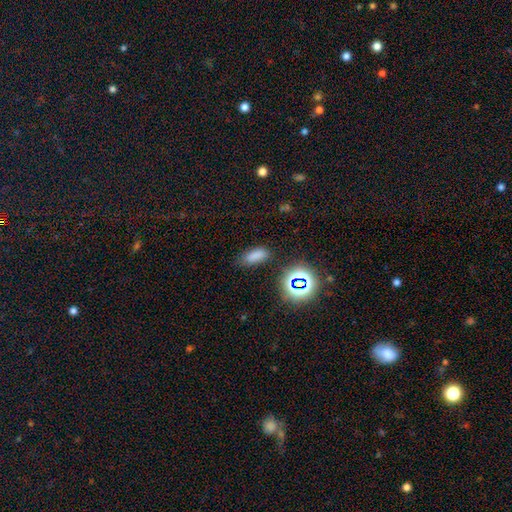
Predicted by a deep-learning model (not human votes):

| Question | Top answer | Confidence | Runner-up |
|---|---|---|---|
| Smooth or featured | smooth | 73% | star or artifact (21%) |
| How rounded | in between | 74% | cigar-shaped (20%) |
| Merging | none | 76% | minor disturbance (15%) |